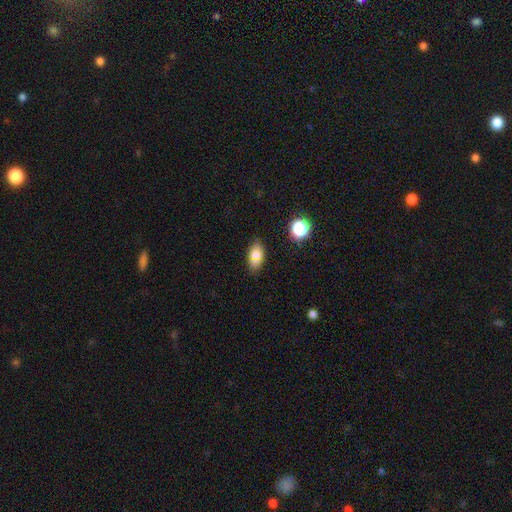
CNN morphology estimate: smooth-or-featured: smooth: 77% | featured or disk: 12% | star or artifact: 10%
  how-rounded: in between: 87% | round: 8% | cigar-shaped: 5%
  merging: none: 80% | minor disturbance: 14% | merger: 4% | major disturbance: 3%